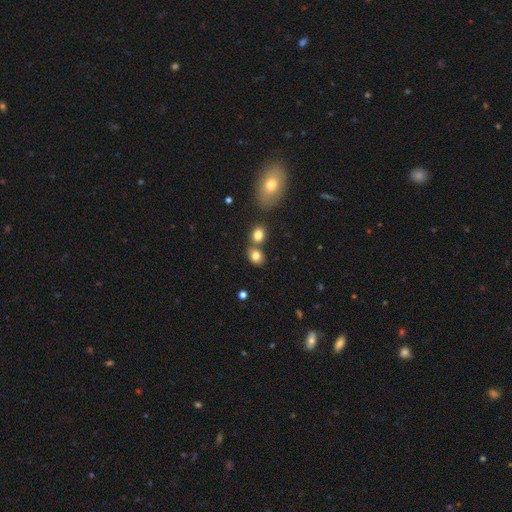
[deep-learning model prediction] smooth-or-featured: smooth: 80% | star or artifact: 11% | featured or disk: 9%
  how-rounded: round: 51% | in between: 48% | cigar-shaped: 1%
  merging: none: 57% | merger: 30% | minor disturbance: 10% | major disturbance: 3%